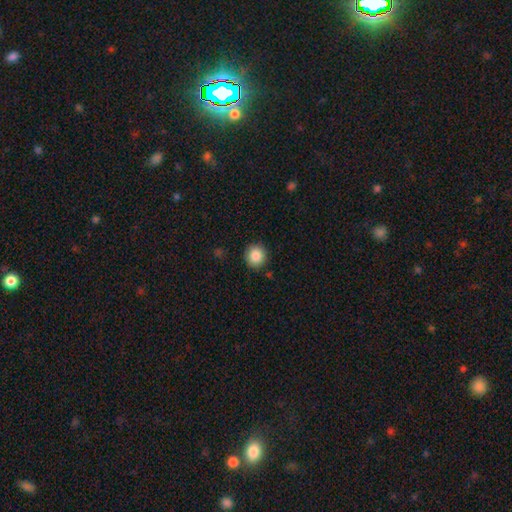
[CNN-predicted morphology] type=smooth (87%); roundness=round (91%); merging=none (90%).